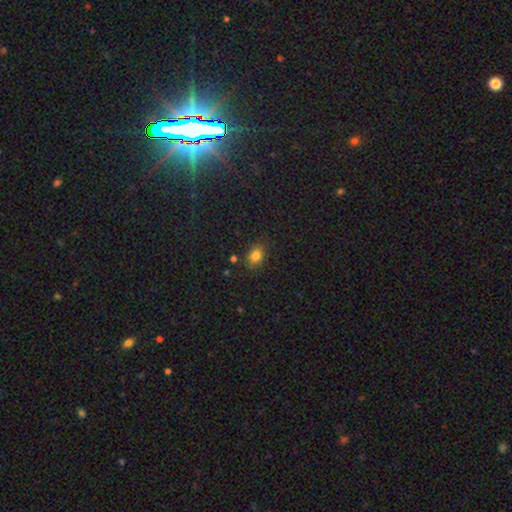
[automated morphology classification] smooth-or-featured: smooth: 80% | star or artifact: 14% | featured or disk: 6%
  how-rounded: in between: 60% | round: 39% | cigar-shaped: 1%
  merging: none: 81% | minor disturbance: 13% | major disturbance: 3% | merger: 3%